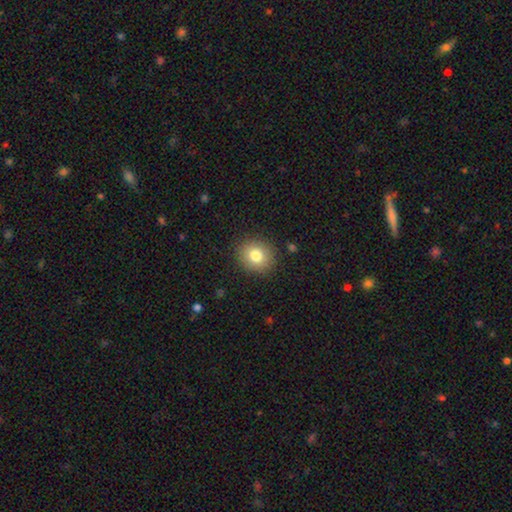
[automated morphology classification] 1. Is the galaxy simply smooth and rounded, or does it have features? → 80% smooth, 10% featured or disk, 10% star or artifact.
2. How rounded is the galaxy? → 78% round, 21% in between, 1% cigar-shaped.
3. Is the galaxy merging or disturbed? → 88% none, 8% minor disturbance, 3% major disturbance, 1% merger.